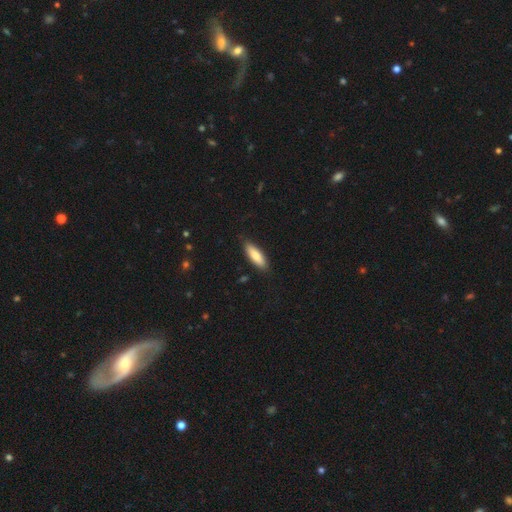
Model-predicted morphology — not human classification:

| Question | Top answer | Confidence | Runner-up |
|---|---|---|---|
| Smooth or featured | smooth | 80% | featured or disk (15%) |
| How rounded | in between | 53% | cigar-shaped (45%) |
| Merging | none | 86% | minor disturbance (11%) |